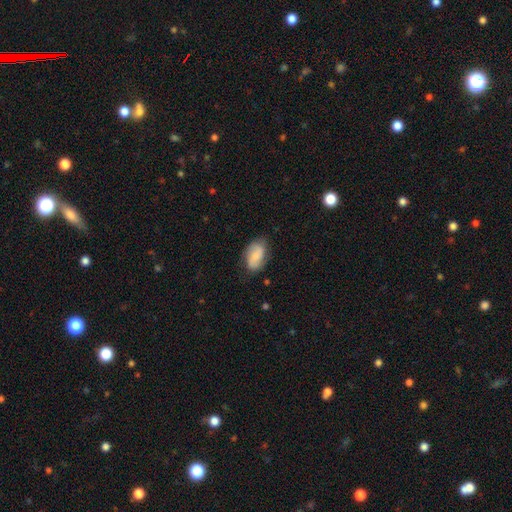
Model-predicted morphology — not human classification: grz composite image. It shows a smooth galaxy with no disk features (52%) that is in between round and cigar-shaped (90%). Merging: none (73%).